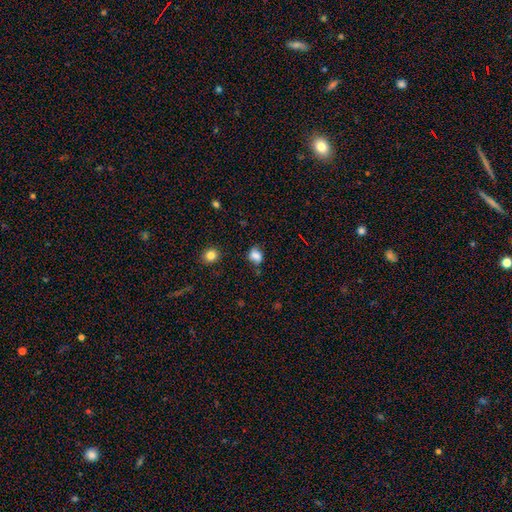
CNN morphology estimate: Q: Smooth or featured?
A: smooth (77%); runner-up: star or artifact (12%)
Q: How rounded?
A: in between (57%); runner-up: round (41%)
Q: Merging?
A: none (58%); runner-up: minor disturbance (25%)